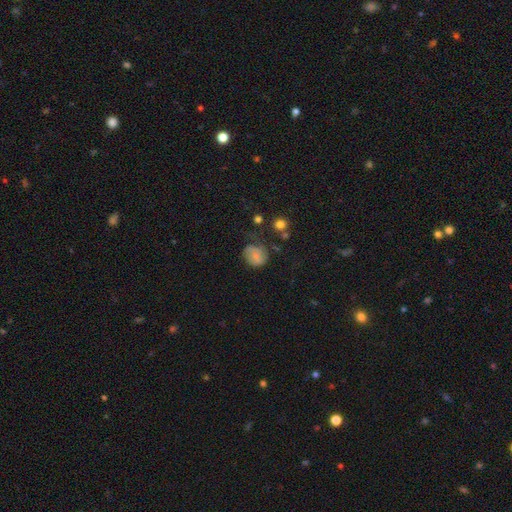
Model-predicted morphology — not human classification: type=smooth (72%); roundness=round (69%); merging=none (46%).